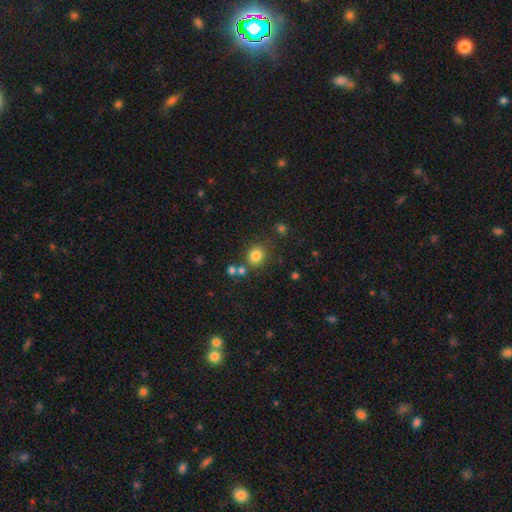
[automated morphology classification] Smooth or featured?
  - smooth: 80% *
  - star or artifact: 13%
  - featured or disk: 6%
How rounded?
  - round: 81% *
  - in between: 19%
  - cigar-shaped: 1%
Merging?
  - none: 77% *
  - minor disturbance: 10%
  - merger: 10%
  - major disturbance: 4%